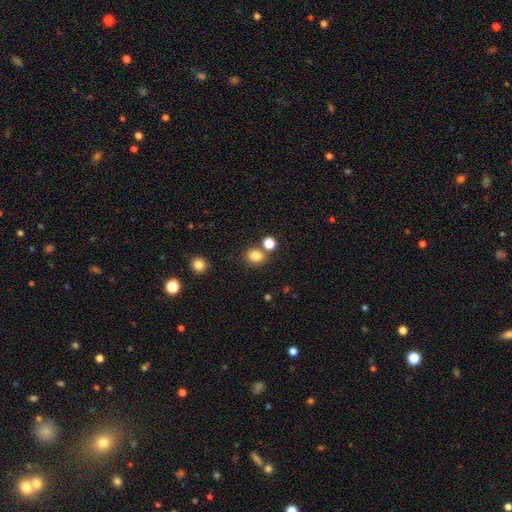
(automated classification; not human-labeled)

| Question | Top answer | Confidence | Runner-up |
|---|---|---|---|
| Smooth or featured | smooth | 82% | star or artifact (13%) |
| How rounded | round | 76% | in between (23%) |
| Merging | none | 72% | merger (16%) |